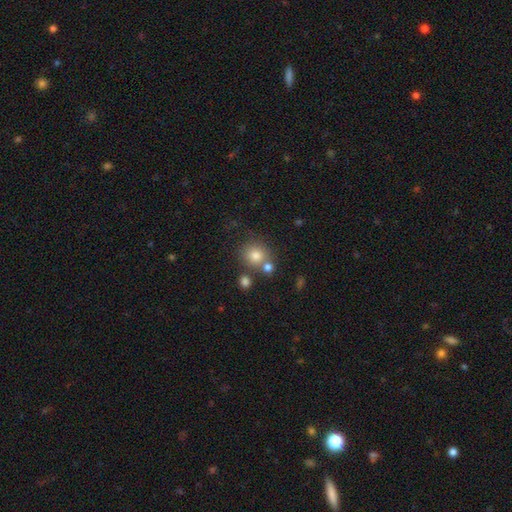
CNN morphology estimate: A smooth galaxy with no disk features (78%) that is round (86%).

Vote fractions:
- Smooth or featured? smooth: 78% / star or artifact: 13% / featured or disk: 9%
- How rounded? round: 86% / in between: 13% / cigar-shaped: 1%
- Merging? none: 65% / merger: 21% / minor disturbance: 10% / major disturbance: 4%